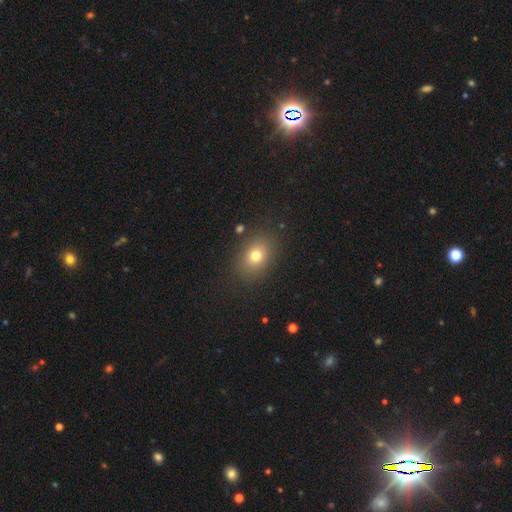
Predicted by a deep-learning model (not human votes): Smooth or featured?
  - smooth: 75% *
  - star or artifact: 13%
  - featured or disk: 11%
How rounded?
  - in between: 60% *
  - round: 39%
  - cigar-shaped: 1%
Merging?
  - none: 85% *
  - minor disturbance: 10%
  - major disturbance: 4%
  - merger: 2%